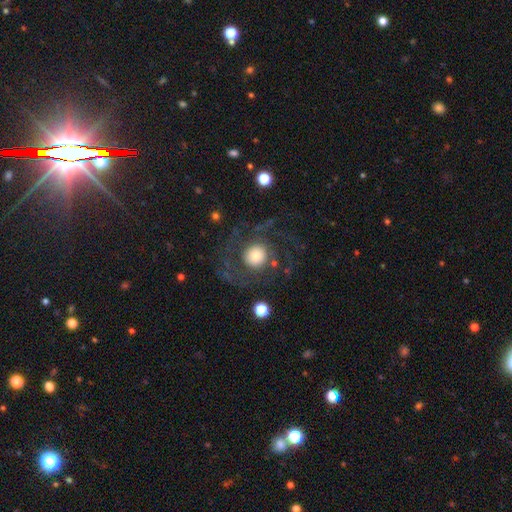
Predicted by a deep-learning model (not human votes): This appears to be a featured or disk galaxy (54%) with no bar (84%), spiral arms (73%) and a moderate central bulge (39%). Merging: none (62%).